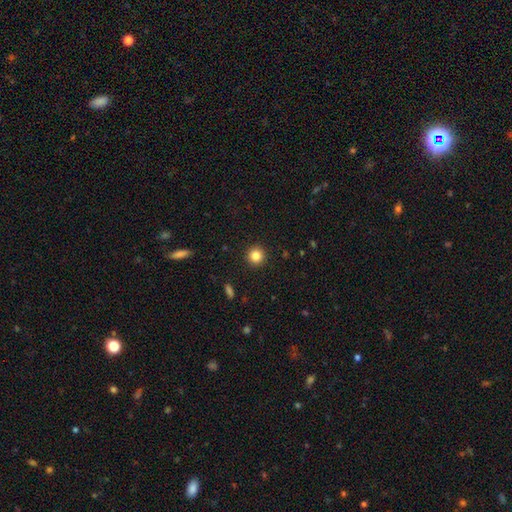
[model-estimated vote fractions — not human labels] This appears to be a smooth galaxy with no disk features (84%) that is round (95%). Merging: none (93%).